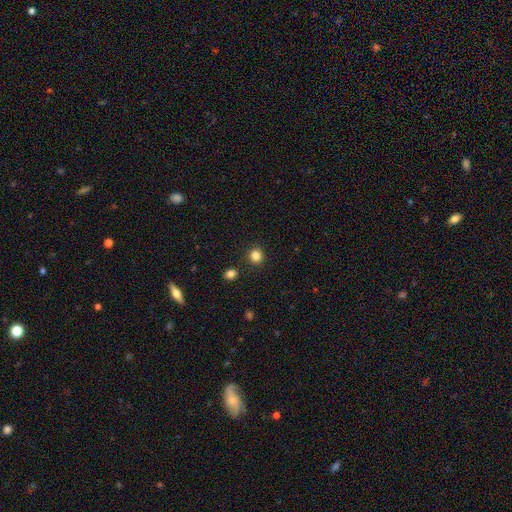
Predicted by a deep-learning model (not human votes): This is clearly a smooth galaxy (84%). How rounded: clearly round (91%). Merging: clearly none (90%).